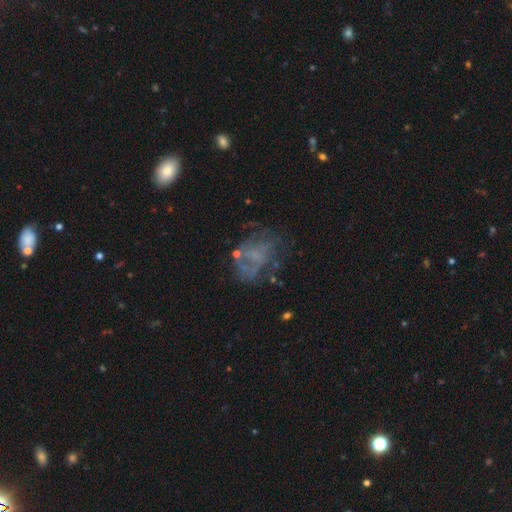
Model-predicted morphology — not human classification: This is possibly a featured or disk galaxy (58%). It is clearly not viewed edge-on (98%). Bar: likely no (78%). Spiral arm pattern: likely no (62%). Central bulge: likely none (65%). Merging: marginally none (44%).